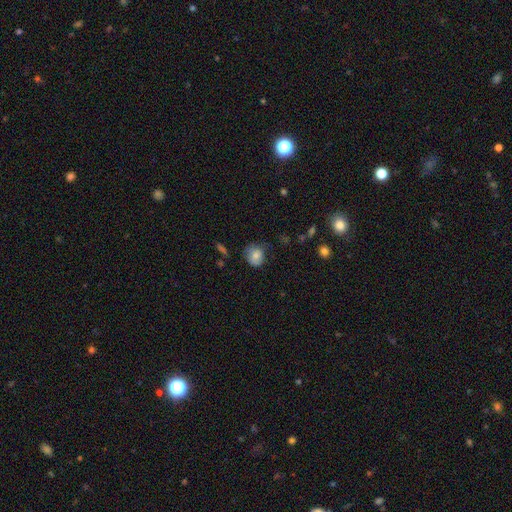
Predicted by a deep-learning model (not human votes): A smooth galaxy with no disk features (75%) that is round (77%). Merging: none (57%).